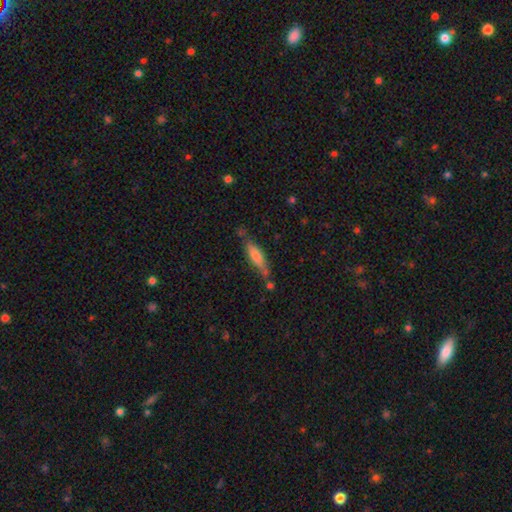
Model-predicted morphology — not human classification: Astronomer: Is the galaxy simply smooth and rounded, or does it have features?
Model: smooth — 65%.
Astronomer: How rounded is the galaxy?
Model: cigar-shaped — 69%.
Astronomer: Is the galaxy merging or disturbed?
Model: none — 65%.